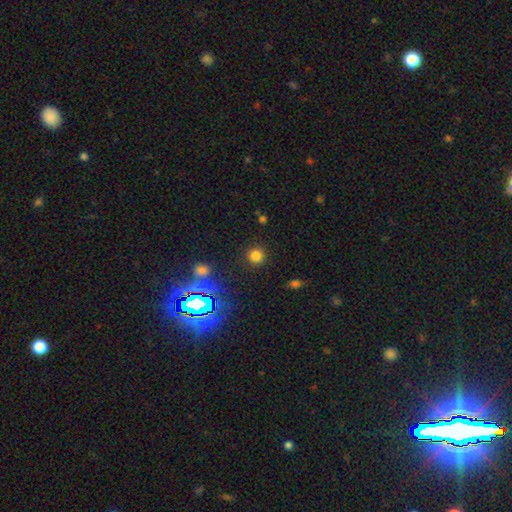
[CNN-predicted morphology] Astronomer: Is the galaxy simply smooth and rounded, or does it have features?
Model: smooth — 76%.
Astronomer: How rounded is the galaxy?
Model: round — 93%.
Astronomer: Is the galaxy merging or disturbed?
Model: none — 88%.